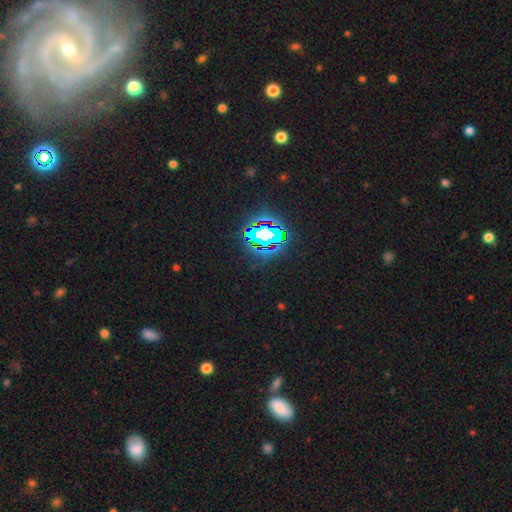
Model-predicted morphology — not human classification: Smooth or featured? star or artifact (43%, tied with featured or disk)